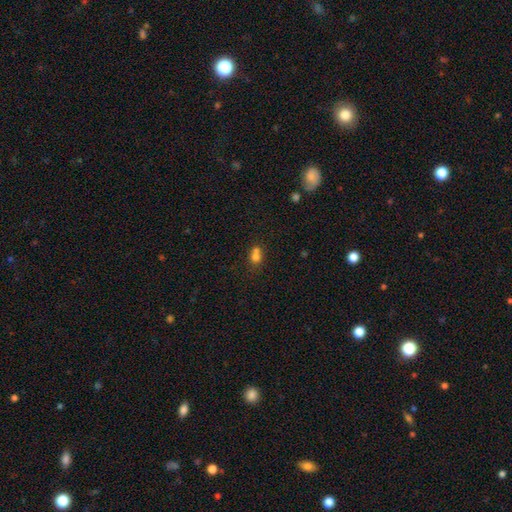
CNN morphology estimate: smooth_or_featured: smooth (p=0.72) [alt: star or artifact p=0.14]
how_rounded: round (p=0.60) [alt: in between p=0.38]
merging: merger (p=0.54) [alt: none p=0.32]